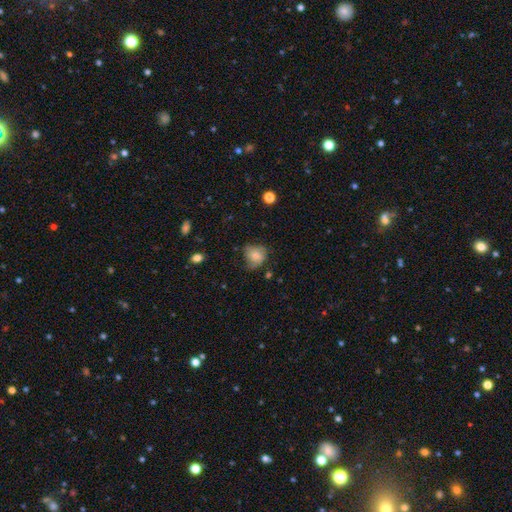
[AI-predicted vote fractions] Smooth or featured? smooth (65%)
How rounded? round (60%)
Merging? none (50%)